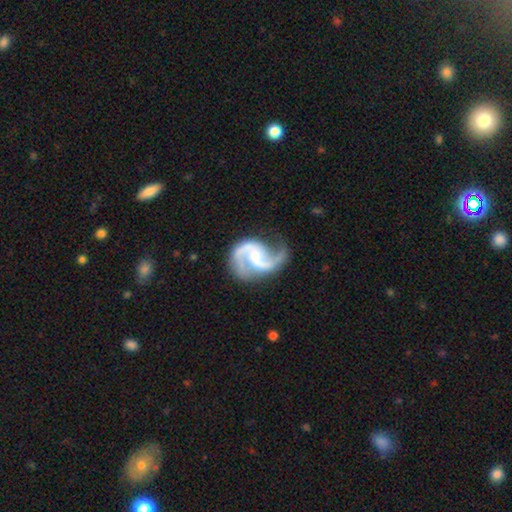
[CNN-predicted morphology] featured or disk 92%, star or artifact 4%, smooth 4%. Down the decision tree: edge-on disk — no (98%); bar — no (43%); spiral arms — yes (98%); spiral arm count — 2 (92%); spiral winding — medium (53%); bulge size — small (58%); merging — none (68%).